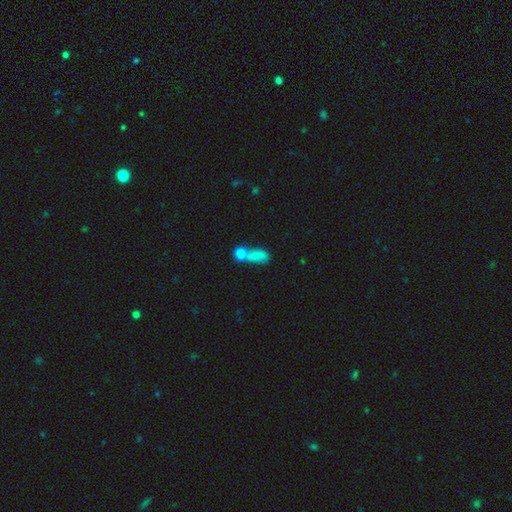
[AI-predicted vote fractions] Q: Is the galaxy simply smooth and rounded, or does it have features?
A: smooth — 74%.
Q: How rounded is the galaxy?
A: in between — 62%.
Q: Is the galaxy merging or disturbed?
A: merger — 52%.